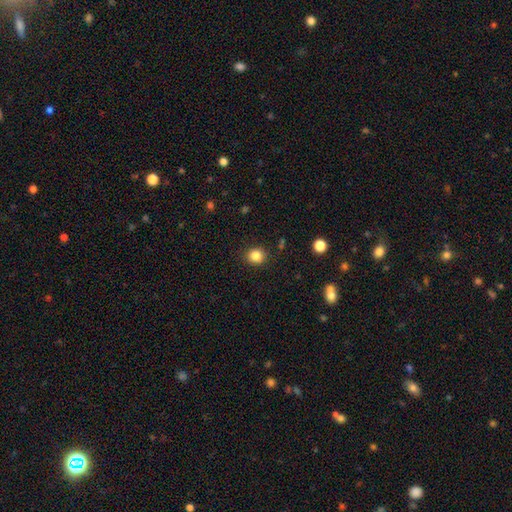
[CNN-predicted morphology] smooth 84%, star or artifact 11%, featured or disk 5%. Down the decision tree: how rounded — round (81%); merging — none (88%).